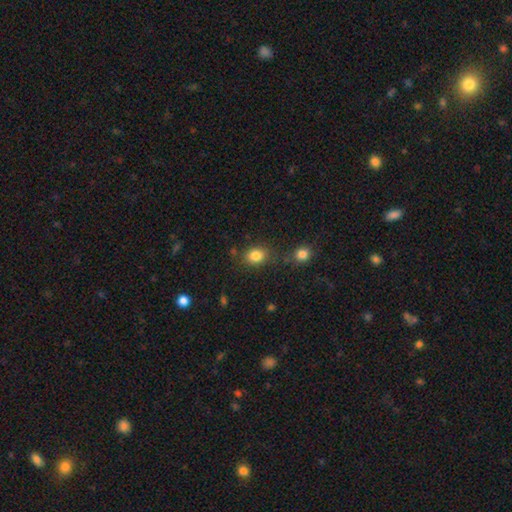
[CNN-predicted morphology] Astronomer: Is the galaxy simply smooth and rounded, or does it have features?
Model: smooth — 83%.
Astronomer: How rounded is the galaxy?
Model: in between — 50% (runner-up: round, 49%).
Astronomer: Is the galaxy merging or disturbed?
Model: none — 72%.